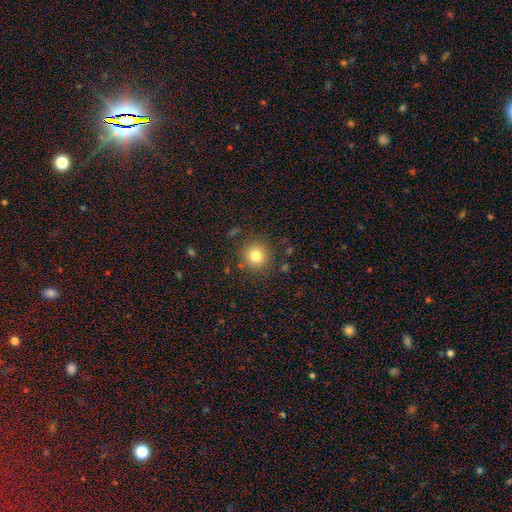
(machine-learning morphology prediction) Q: Smooth or featured?
A: smooth (80%); runner-up: star or artifact (13%)
Q: How rounded?
A: round (92%); runner-up: in between (7%)
Q: Merging?
A: none (87%); runner-up: minor disturbance (8%)